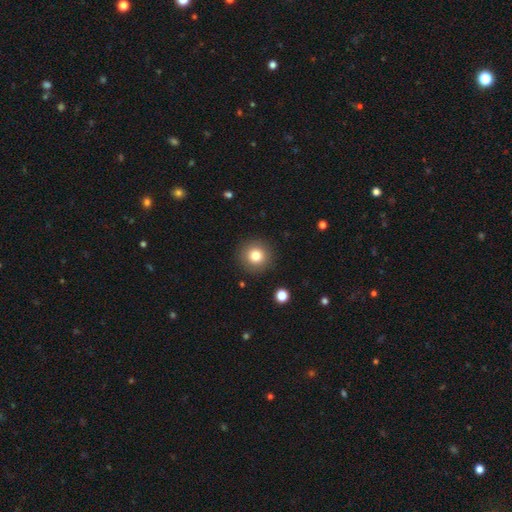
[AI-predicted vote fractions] Smooth or featured? smooth (80%)
How rounded? round (95%)
Merging? none (90%)